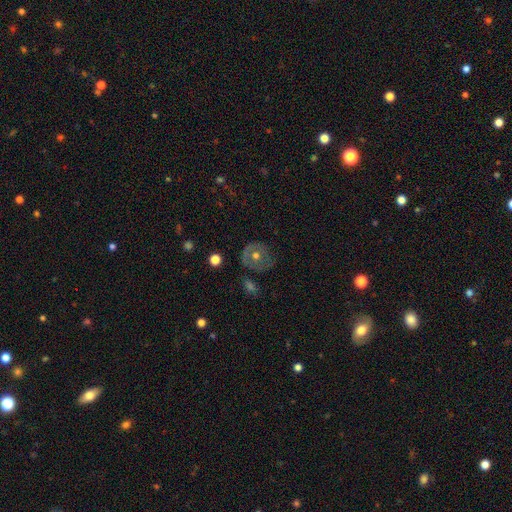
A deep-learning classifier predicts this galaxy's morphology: Smooth or featured? featured or disk (52%)
Edge-on disk? no (94%)
Merging? none (71%)